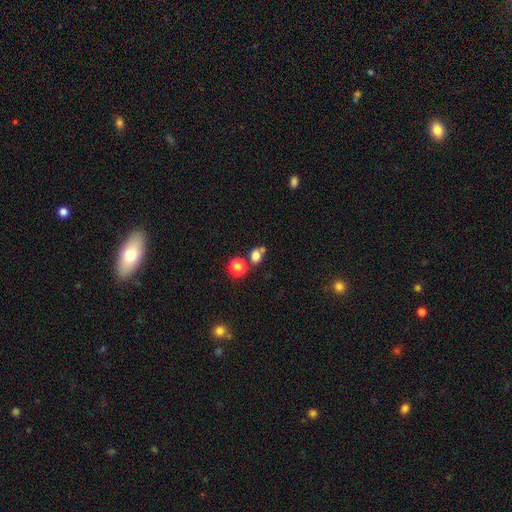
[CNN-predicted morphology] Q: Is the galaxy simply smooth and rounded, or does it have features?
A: smooth — 75%.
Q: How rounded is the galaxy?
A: round — 59%.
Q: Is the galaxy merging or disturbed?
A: none — 54%.